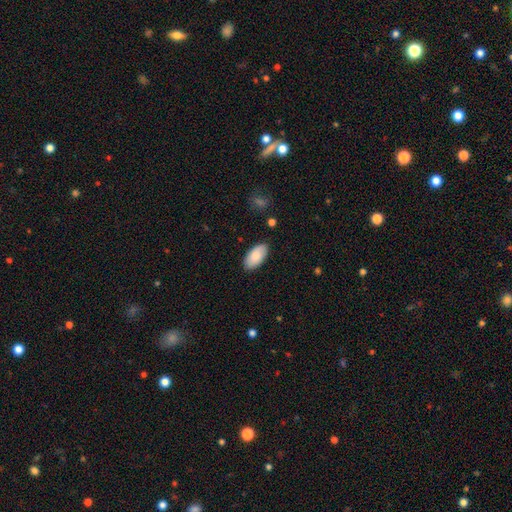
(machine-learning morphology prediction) Smooth or featured? smooth (82%)
How rounded? in between (95%)
Merging? none (86%)